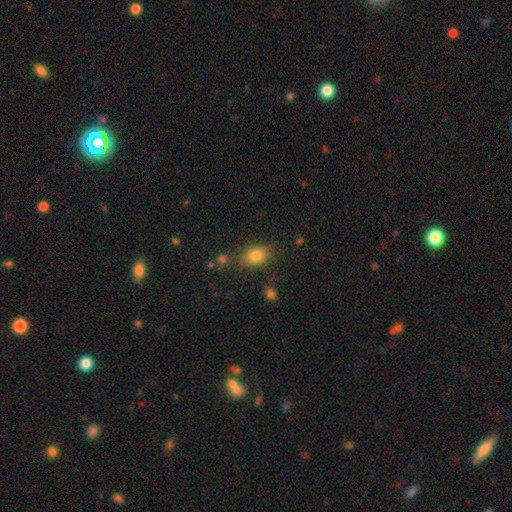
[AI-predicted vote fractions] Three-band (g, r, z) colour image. It shows a smooth galaxy with no disk features (82%) that is in between round and cigar-shaped (67%). Merging: none (77%).